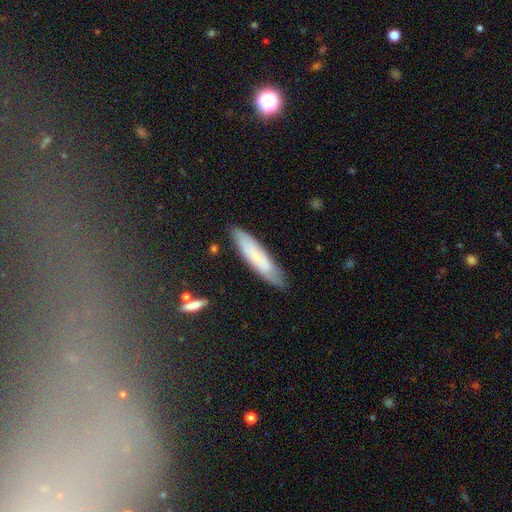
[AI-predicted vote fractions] A smooth galaxy with no disk features (62%) that is cigar-shaped (82%). Merging: none (82%).